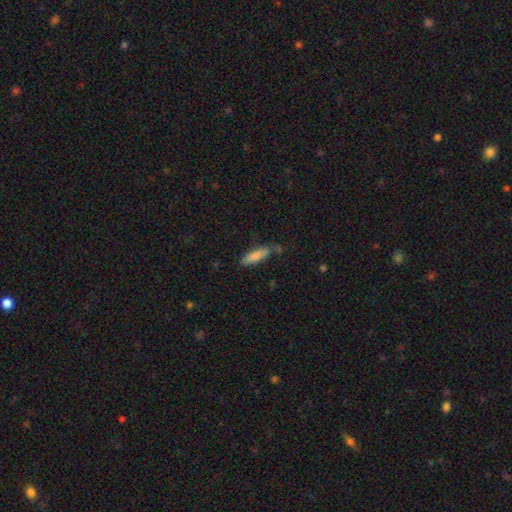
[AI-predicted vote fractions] This appears to be a smooth galaxy with no disk features (82%) that is cigar-shaped (52%). Merging: none (66%).